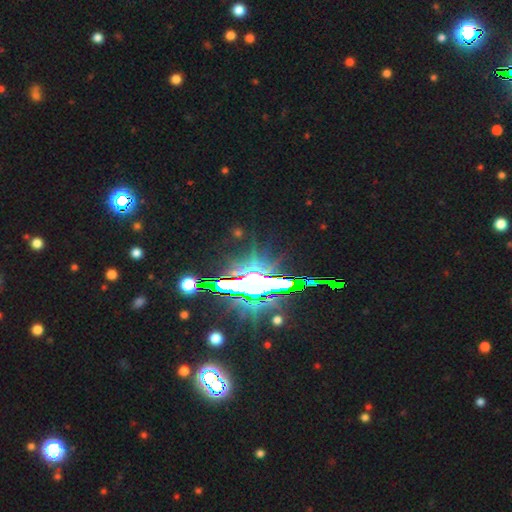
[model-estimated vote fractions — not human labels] star or artifact 80%, featured or disk 12%, smooth 8%.